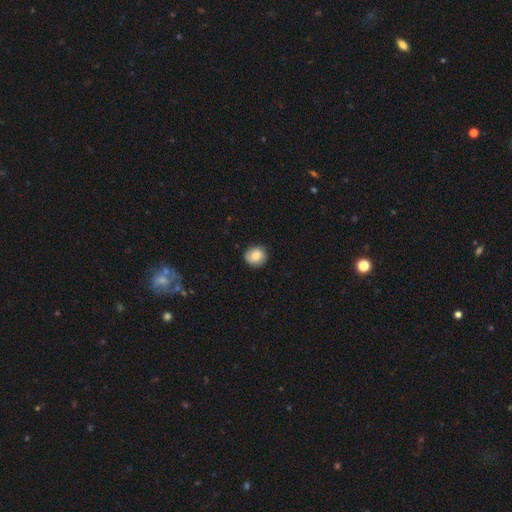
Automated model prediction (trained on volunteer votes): Smooth or featured: smooth — 83% (featured or disk — 9%)
How rounded: round — 87% (in between — 12%)
Merging: none — 88% (minor disturbance — 9%)